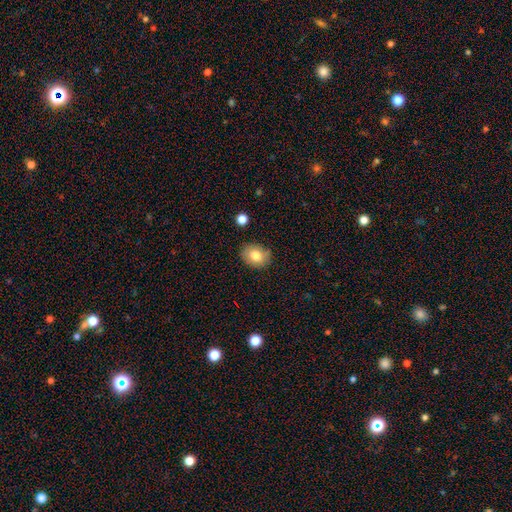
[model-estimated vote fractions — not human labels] Morphology: type=smooth (79%); roundness=in between (52%); merging=none (81%).